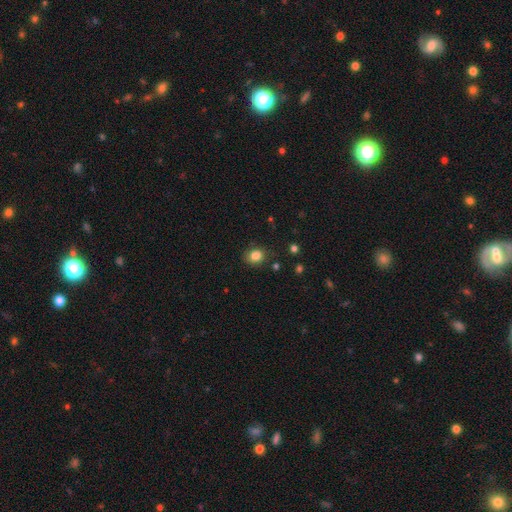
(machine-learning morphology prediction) smooth-or-featured: smooth: 83% | star or artifact: 11% | featured or disk: 5%
  how-rounded: round: 67% | in between: 32% | cigar-shaped: 1%
  merging: none: 81% | minor disturbance: 13% | major disturbance: 3% | merger: 2%